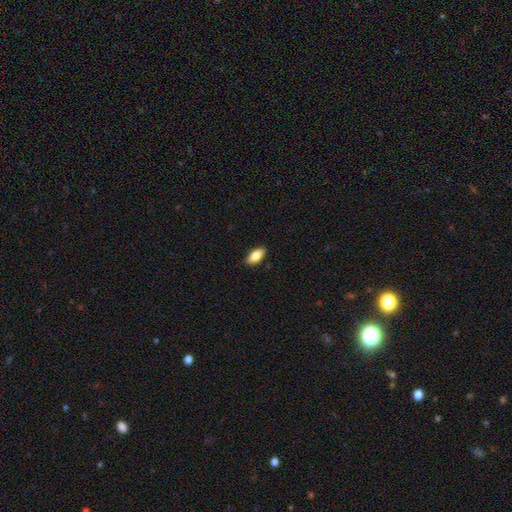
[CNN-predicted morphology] The model was most divided on "smooth or featured": smooth: 81%, featured or disk: 12%, star or artifact: 7%. More confident: merging — none (88%); how rounded — in between (87%).